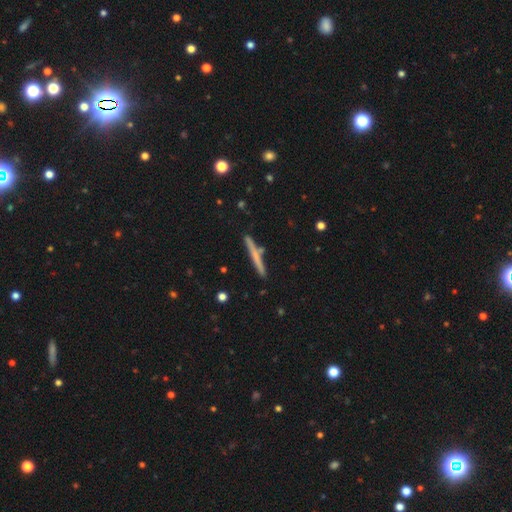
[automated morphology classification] Smooth or featured?
  - smooth: 53% *
  - featured or disk: 42%
  - star or artifact: 6%
How rounded?
  - cigar-shaped: 96% *
  - in between: 2%
  - round: 2%
Merging?
  - none: 85% *
  - minor disturbance: 9%
  - merger: 4%
  - major disturbance: 2%